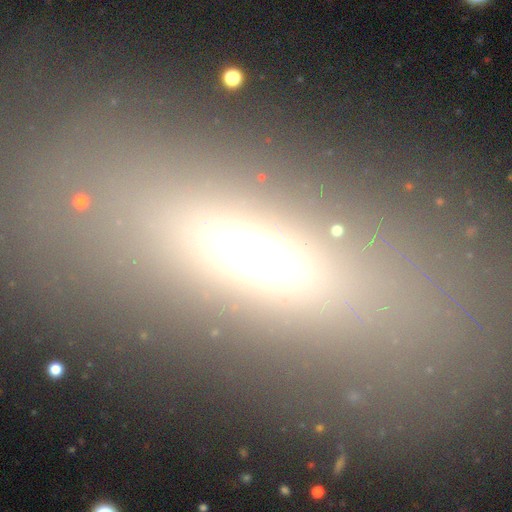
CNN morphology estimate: This appears to be a smooth galaxy with no disk features (54%) that is in between round and cigar-shaped (63%). Merging: none (74%).